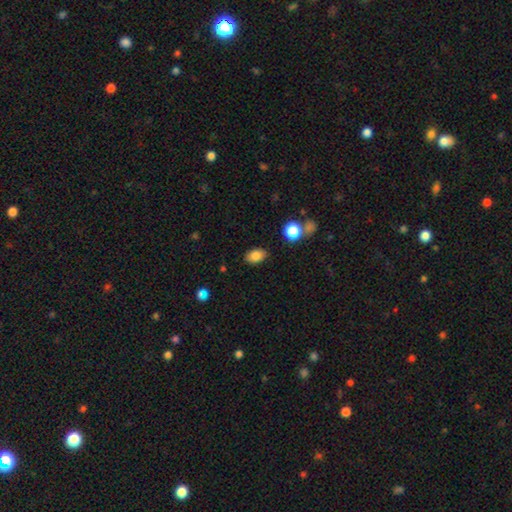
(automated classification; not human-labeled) smooth_or_featured: smooth (p=0.84) [alt: star or artifact p=0.09]
how_rounded: in between (p=0.84) [alt: round p=0.15]
merging: none (p=0.84) [alt: minor disturbance p=0.11]